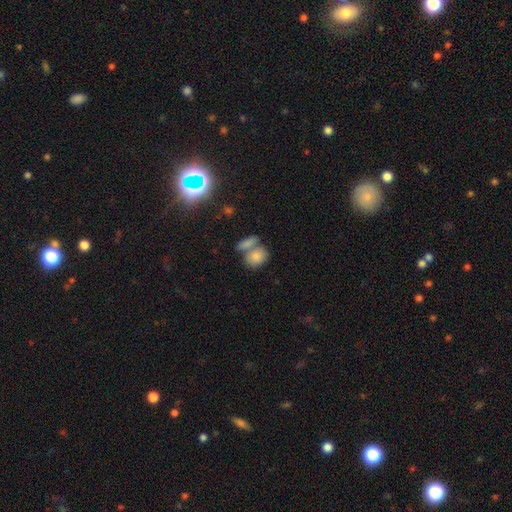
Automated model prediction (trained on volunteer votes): Morphology: type=smooth (80%); roundness=in between (57%); merging=merger (45%).